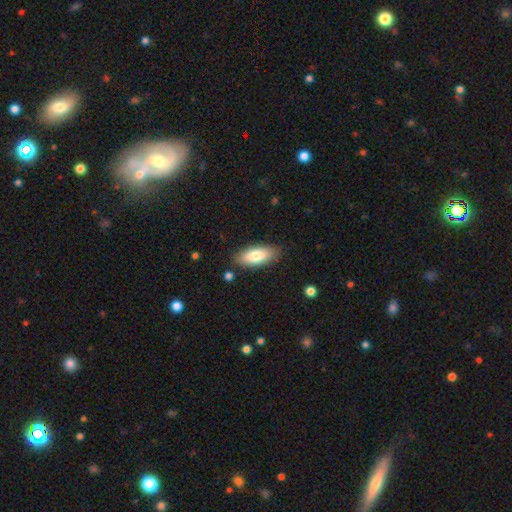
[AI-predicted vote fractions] Q: Smooth or featured?
A: smooth (79%); runner-up: featured or disk (14%)
Q: How rounded?
A: in between (83%); runner-up: cigar-shaped (15%)
Q: Merging?
A: none (85%); runner-up: minor disturbance (11%)